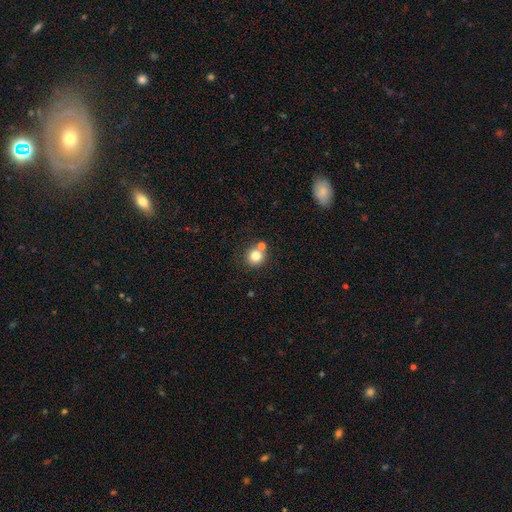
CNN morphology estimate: This is clearly a smooth galaxy (80%). How rounded: clearly round (91%). Merging: likely none (65%).